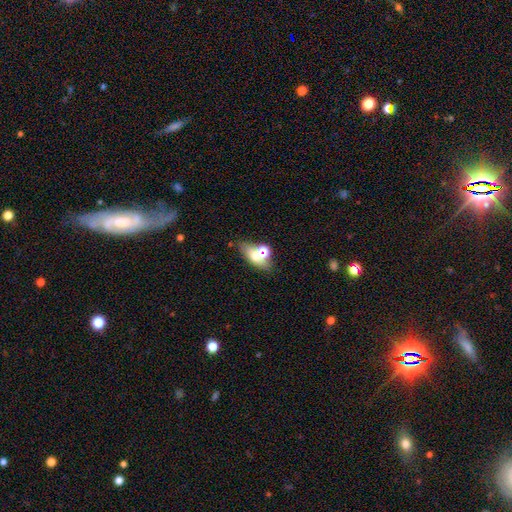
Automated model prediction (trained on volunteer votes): A smooth galaxy with no disk features (58%) that is in between round and cigar-shaped (74%).

Vote fractions:
- Smooth or featured? smooth: 58% / featured or disk: 25% / star or artifact: 18%
- How rounded? in between: 74% / round: 17% / cigar-shaped: 9%
- Merging? none: 56% / merger: 25% / minor disturbance: 13% / major disturbance: 7%